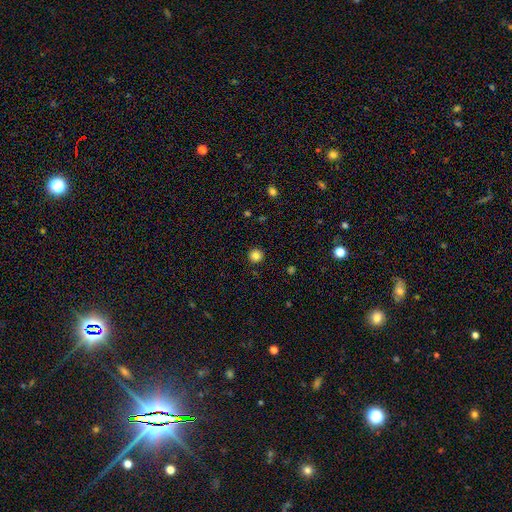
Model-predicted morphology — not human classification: Smooth or featured?
  - smooth: 84% *
  - star or artifact: 12%
  - featured or disk: 5%
How rounded?
  - round: 96% *
  - in between: 3%
  - cigar-shaped: 1%
Merging?
  - none: 92% *
  - minor disturbance: 5%
  - major disturbance: 2%
  - merger: 1%